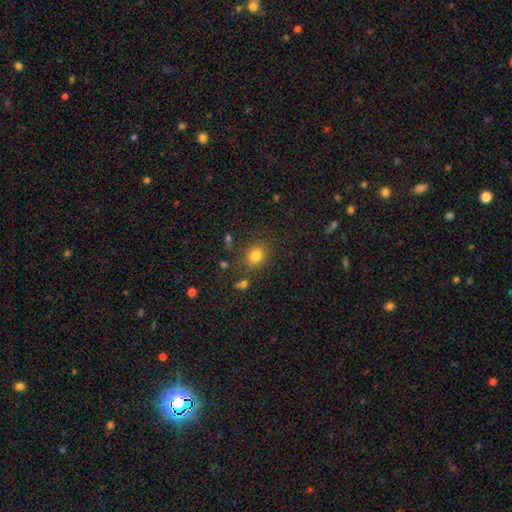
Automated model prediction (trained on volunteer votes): Smooth or featured? smooth (79%)
How rounded? round (65%)
Merging? none (74%)